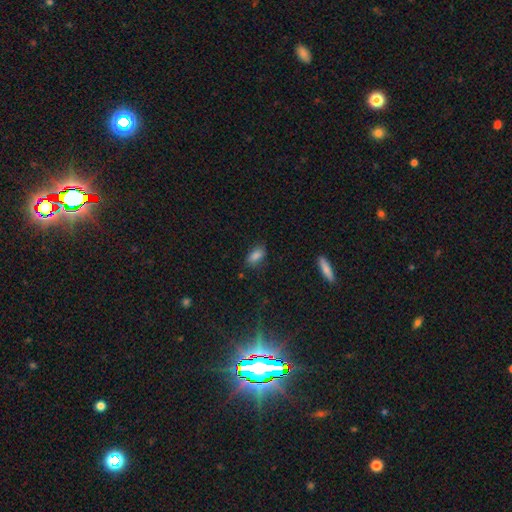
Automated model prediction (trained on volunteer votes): smooth_or_featured: smooth (p=0.83) [alt: star or artifact p=0.10]
how_rounded: in between (p=0.87) [alt: cigar-shaped p=0.07]
merging: none (p=0.78) [alt: minor disturbance p=0.16]